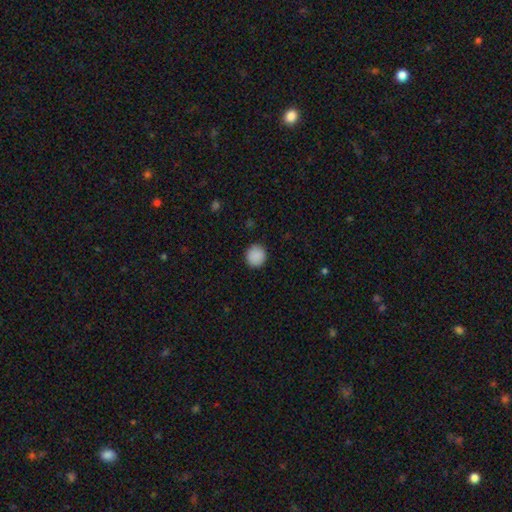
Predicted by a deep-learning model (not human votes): A smooth galaxy with no disk features (89%) that is round (92%).

Vote fractions:
- Smooth or featured? smooth: 89% / star or artifact: 8% / featured or disk: 3%
- How rounded? round: 92% / in between: 7% / cigar-shaped: 1%
- Merging? none: 91% / minor disturbance: 6% / major disturbance: 2% / merger: 1%